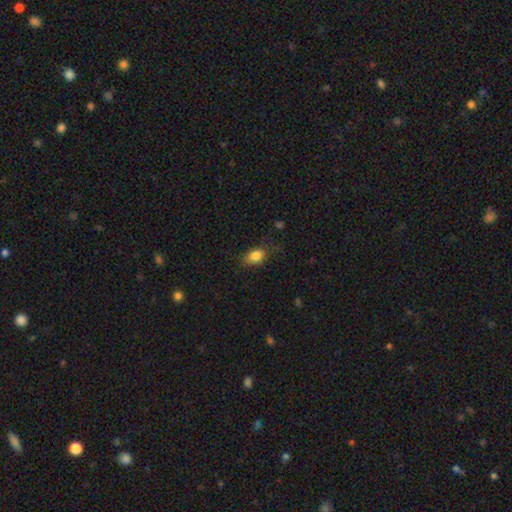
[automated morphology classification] Q: Smooth or featured?
A: smooth (84%); runner-up: star or artifact (9%)
Q: How rounded?
A: in between (77%); runner-up: round (20%)
Q: Merging?
A: none (68%); runner-up: minor disturbance (24%)